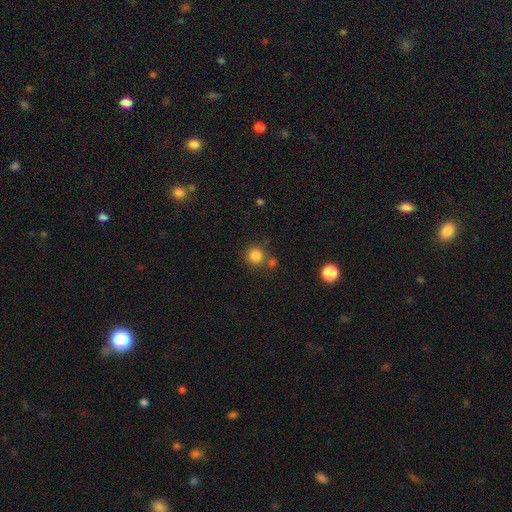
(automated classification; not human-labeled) Morphology: type=smooth (83%); roundness=round (92%); merging=none (71%).